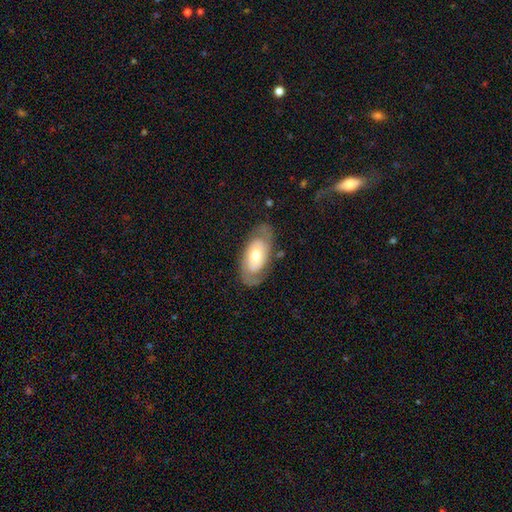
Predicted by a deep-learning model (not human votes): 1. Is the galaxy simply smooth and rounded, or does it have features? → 71% featured or disk, 23% smooth, 6% star or artifact.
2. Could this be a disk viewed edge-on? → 93% no, 7% yes.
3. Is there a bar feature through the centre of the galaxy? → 58% no, 31% weak, 11% strong.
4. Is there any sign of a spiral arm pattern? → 82% yes, 18% no.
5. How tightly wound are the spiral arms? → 52% tight, 36% medium, 13% loose.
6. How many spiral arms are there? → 78% 2, 15% can't tell, 4% 1, 2% 3, 1% 4, 1% more than 4.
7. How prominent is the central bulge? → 63% moderate, 19% small, 15% large, 2% dominant, 1% none.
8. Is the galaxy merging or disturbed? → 76% none, 16% minor disturbance, 7% major disturbance, 1% merger.